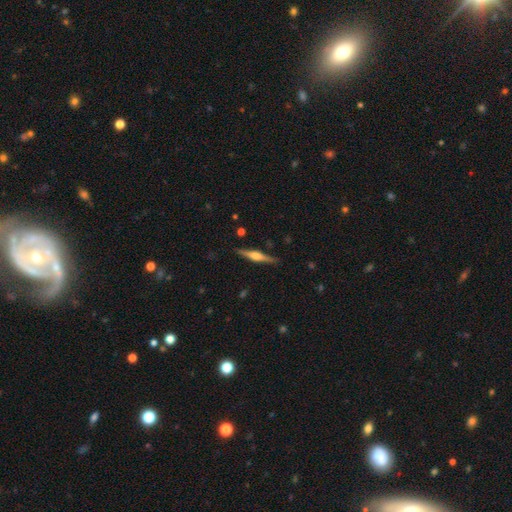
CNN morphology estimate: Smooth or featured? featured or disk (70%)
Edge-on disk? yes (98%)
Edge-on bulge? rounded (84%)
Merging? none (89%)